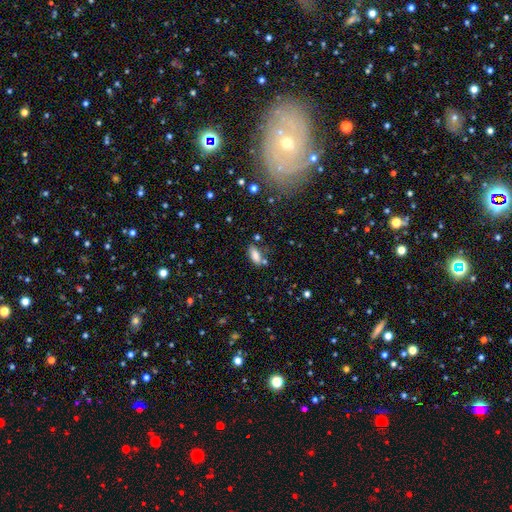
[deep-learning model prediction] smooth_or_featured: smooth (p=0.82) [alt: star or artifact p=0.09]
how_rounded: in between (p=0.84) [alt: cigar-shaped p=0.12]
merging: none (p=0.66) [alt: minor disturbance p=0.19]